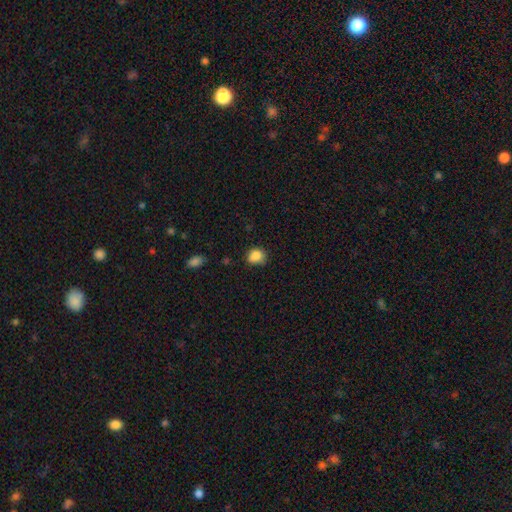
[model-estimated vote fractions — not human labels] Smooth or featured? smooth (85%)
How rounded? round (63%)
Merging? none (62%)